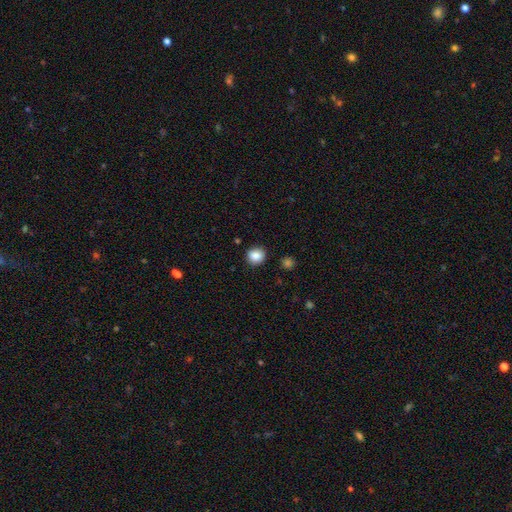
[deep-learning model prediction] Q: Smooth or featured?
A: smooth (86%); runner-up: star or artifact (10%)
Q: How rounded?
A: round (79%); runner-up: in between (20%)
Q: Merging?
A: none (88%); runner-up: minor disturbance (8%)